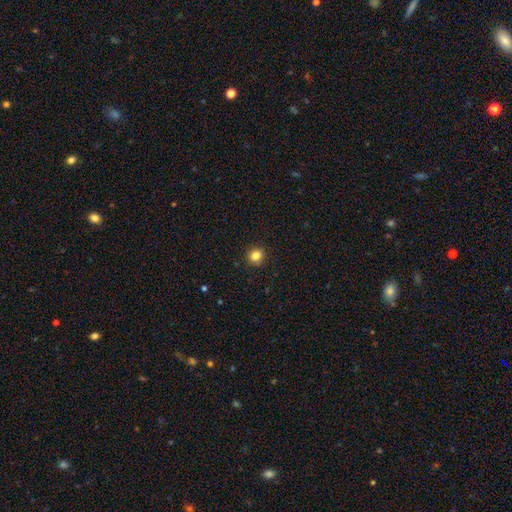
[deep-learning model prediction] This appears to be a smooth galaxy with no disk features (83%) that is round (81%). Merging: none (91%).